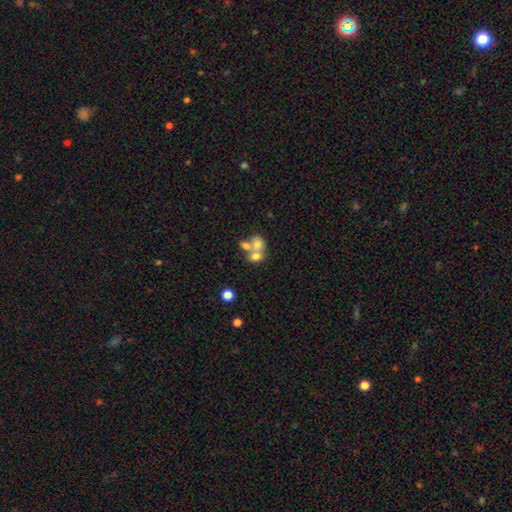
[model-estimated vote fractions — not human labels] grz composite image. It shows a smooth galaxy with no disk features (65%) that is in between round and cigar-shaped (49%, tied with round). Merging: merger (64%).